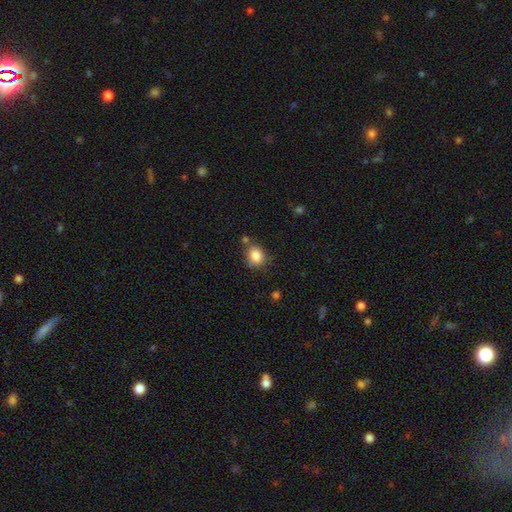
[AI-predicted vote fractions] Smooth or featured: smooth — 85% (star or artifact — 10%)
How rounded: round — 62% (in between — 37%)
Merging: none — 69% (minor disturbance — 17%)